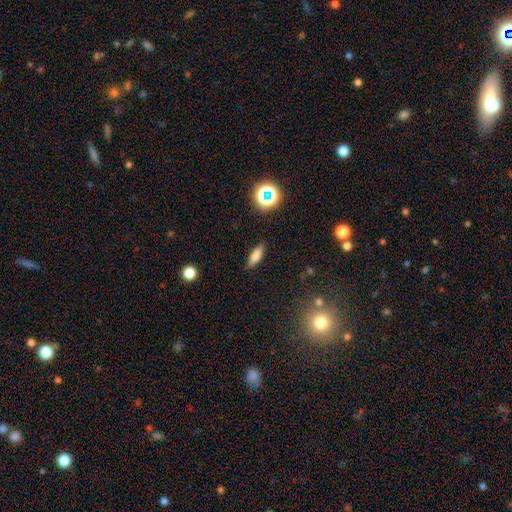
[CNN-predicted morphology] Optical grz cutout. It shows a smooth galaxy with no disk features (77%) that is in between round and cigar-shaped (60%). Merging: none (87%).